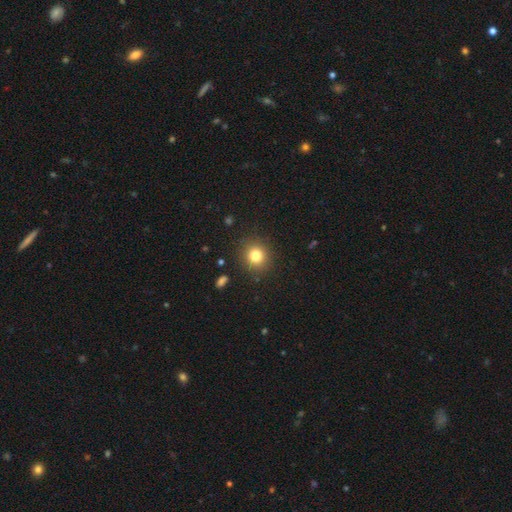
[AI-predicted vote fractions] Smooth or featured?
  - smooth: 81% *
  - star or artifact: 12%
  - featured or disk: 7%
How rounded?
  - round: 88% *
  - in between: 11%
  - cigar-shaped: 1%
Merging?
  - none: 89% *
  - minor disturbance: 7%
  - major disturbance: 3%
  - merger: 1%